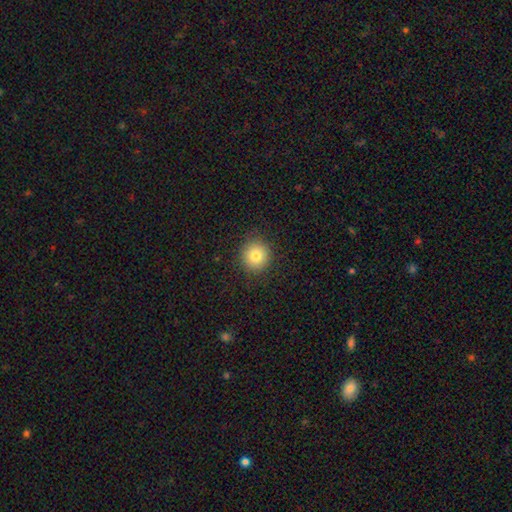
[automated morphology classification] smooth_or_featured: smooth (p=0.81) [alt: star or artifact p=0.11]
how_rounded: round (p=0.92) [alt: in between p=0.07]
merging: none (p=0.89) [alt: minor disturbance p=0.07]